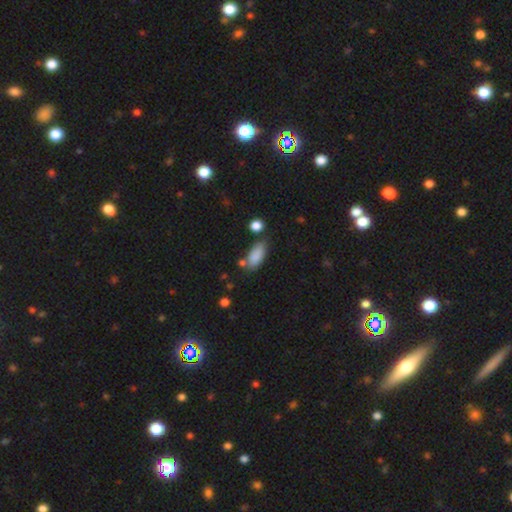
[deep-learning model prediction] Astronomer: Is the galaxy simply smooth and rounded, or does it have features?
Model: smooth — 86%.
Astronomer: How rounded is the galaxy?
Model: in between — 86%.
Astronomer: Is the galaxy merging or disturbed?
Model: none — 64%.